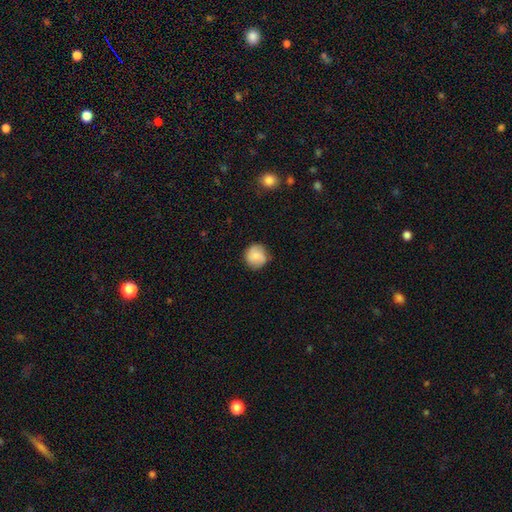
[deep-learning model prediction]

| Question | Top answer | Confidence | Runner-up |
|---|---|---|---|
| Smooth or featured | smooth | 80% | featured or disk (13%) |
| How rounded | round | 91% | in between (8%) |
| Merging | none | 80% | minor disturbance (15%) |